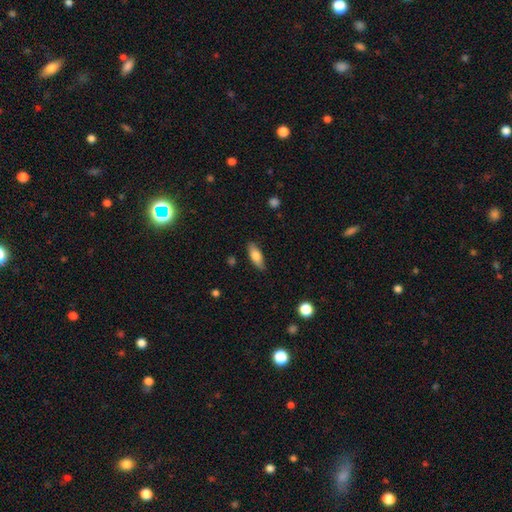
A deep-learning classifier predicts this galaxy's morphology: smooth_or_featured: smooth (p=0.75) [alt: featured or disk p=0.18]
how_rounded: in between (p=0.69) [alt: cigar-shaped p=0.28]
merging: none (p=0.83) [alt: minor disturbance p=0.13]